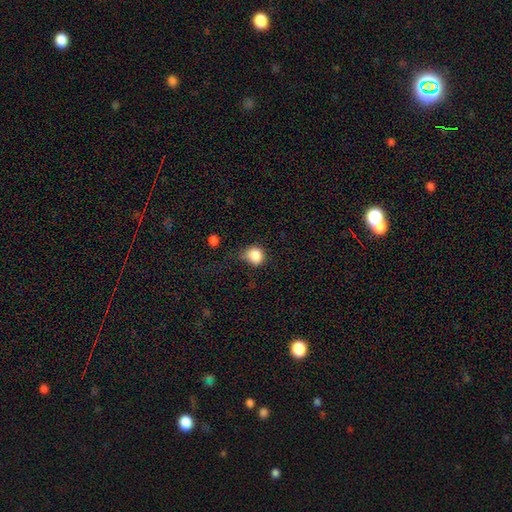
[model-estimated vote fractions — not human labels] Overall: smooth (85%). How rounded: round (75%). Merging: none (49%; minor disturbance 34%).